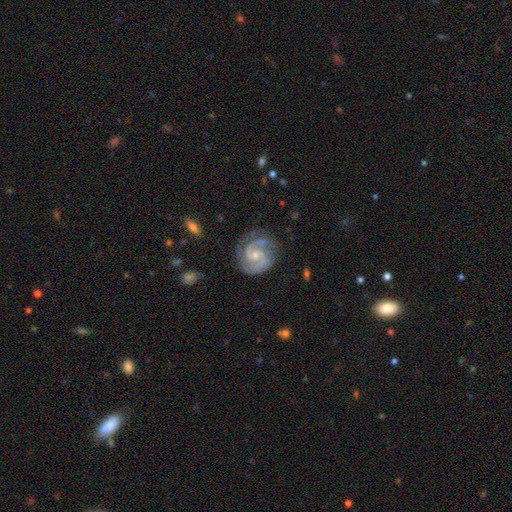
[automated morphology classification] Overall: featured or disk (90%). Edge-on disk: no (98%). Bar: no (55%; weak 38%). Spiral arms: yes (98%). Spiral arm count: 2 (77%). Spiral winding: tight (52%; medium 42%). Bulge size: small (63%; moderate 30%). Merging: none (74%).